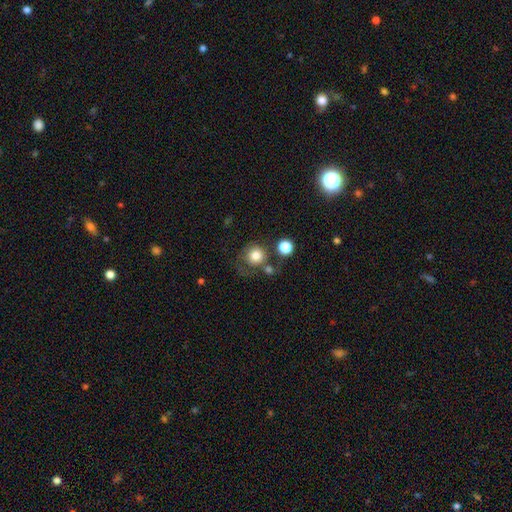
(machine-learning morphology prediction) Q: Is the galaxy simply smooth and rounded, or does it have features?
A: smooth — 78%.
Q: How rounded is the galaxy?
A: round — 88%.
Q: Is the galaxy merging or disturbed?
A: none — 53%.